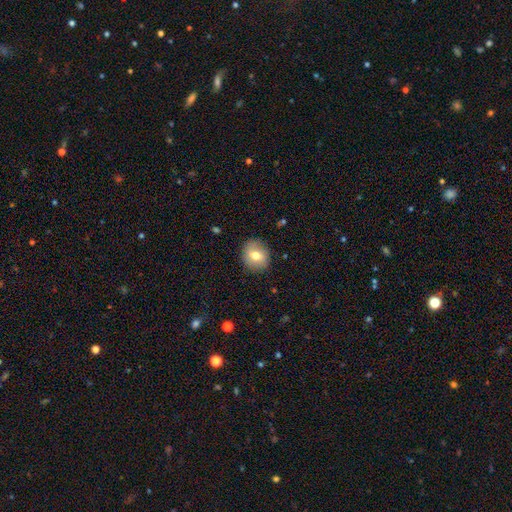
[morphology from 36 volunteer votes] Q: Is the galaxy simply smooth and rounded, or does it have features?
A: smooth — 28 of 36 (78%).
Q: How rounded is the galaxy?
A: round — 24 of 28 (86%).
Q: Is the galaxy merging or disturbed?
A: none — 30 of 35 (86%).